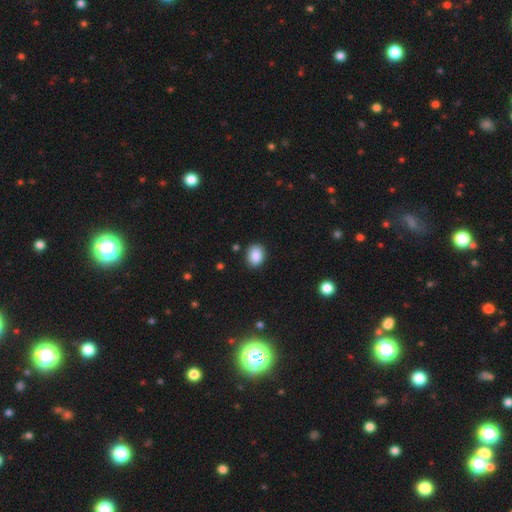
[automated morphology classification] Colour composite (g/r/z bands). It shows a smooth galaxy with no disk features (87%) that is in between round and cigar-shaped (56%). Merging: none (86%).